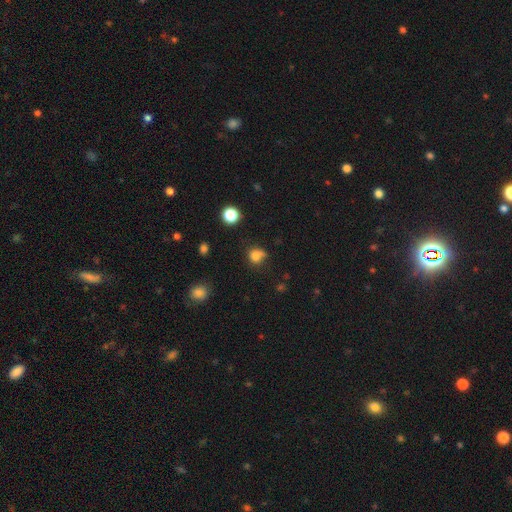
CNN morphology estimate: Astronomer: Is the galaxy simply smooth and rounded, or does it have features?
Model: smooth — 78%.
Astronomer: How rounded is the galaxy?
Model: round — 79%.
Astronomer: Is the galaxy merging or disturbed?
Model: none — 53%.